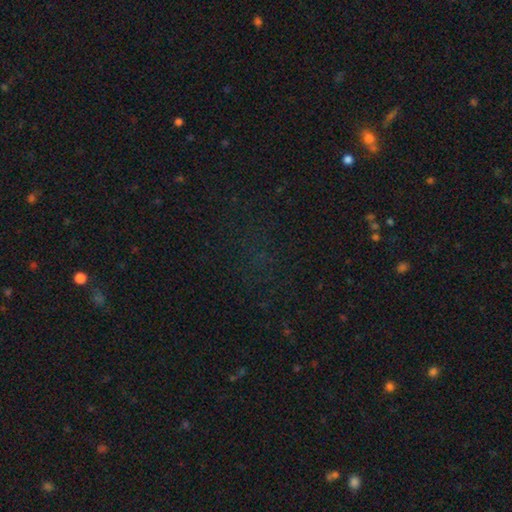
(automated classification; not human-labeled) The model was most divided on "smooth or featured": star or artifact: 67%, smooth: 22%, featured or disk: 11%.